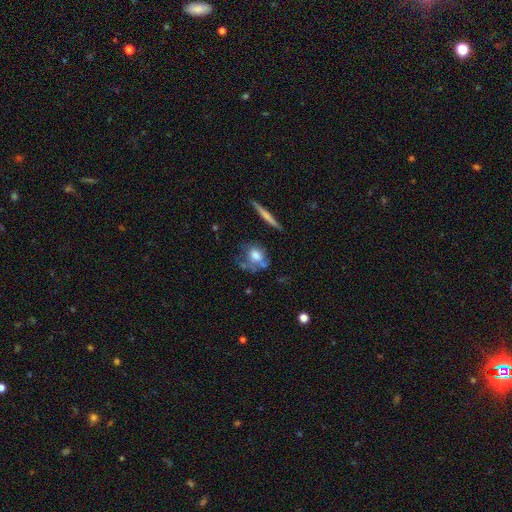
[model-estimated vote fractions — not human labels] smooth-or-featured: smooth: 56% | featured or disk: 35% | star or artifact: 9%
  how-rounded: in between: 50% | round: 44% | cigar-shaped: 6%
  merging: none: 41% | minor disturbance: 25% | major disturbance: 23% | merger: 10%